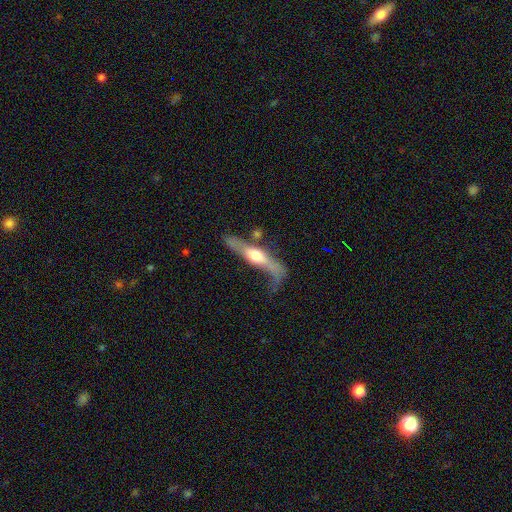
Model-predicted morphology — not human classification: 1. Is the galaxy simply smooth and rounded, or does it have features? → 65% featured or disk, 30% smooth, 6% star or artifact.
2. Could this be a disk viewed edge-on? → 79% yes, 21% no.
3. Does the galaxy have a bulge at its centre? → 88% rounded, 7% boxy, 5% none.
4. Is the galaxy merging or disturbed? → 42% none, 25% minor disturbance, 24% major disturbance, 10% merger.